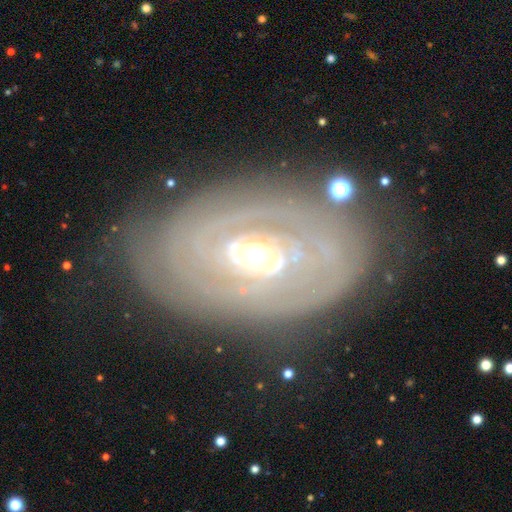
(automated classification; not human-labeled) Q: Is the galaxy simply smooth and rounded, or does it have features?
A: featured or disk — 84%.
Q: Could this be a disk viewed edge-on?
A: no — 94%.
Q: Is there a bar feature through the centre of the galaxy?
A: no — 69%.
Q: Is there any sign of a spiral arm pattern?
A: yes — 76%.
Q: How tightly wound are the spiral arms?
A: tight — 74%.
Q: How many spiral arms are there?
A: can't tell — 39%.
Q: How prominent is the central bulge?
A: moderate — 67%.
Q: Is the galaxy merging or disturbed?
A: none — 75%.